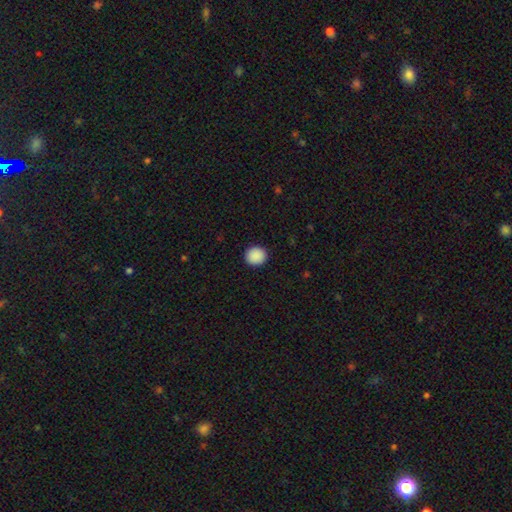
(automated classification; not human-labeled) The model was most divided on "how rounded": round: 89%, in between: 10%, cigar-shaped: 1%. More confident: merging — none (92%); smooth or featured — smooth (90%).